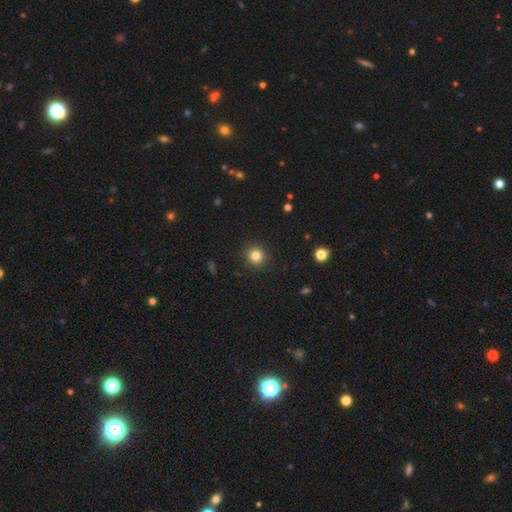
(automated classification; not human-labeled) Smooth or featured: smooth — 83% (star or artifact — 12%)
How rounded: round — 93% (in between — 6%)
Merging: none — 92% (minor disturbance — 5%)